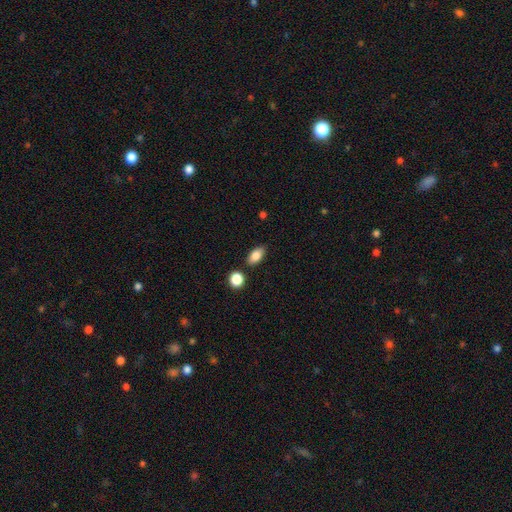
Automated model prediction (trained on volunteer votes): This is clearly a smooth galaxy (86%). How rounded: clearly in between (88%). Merging: clearly none (82%).